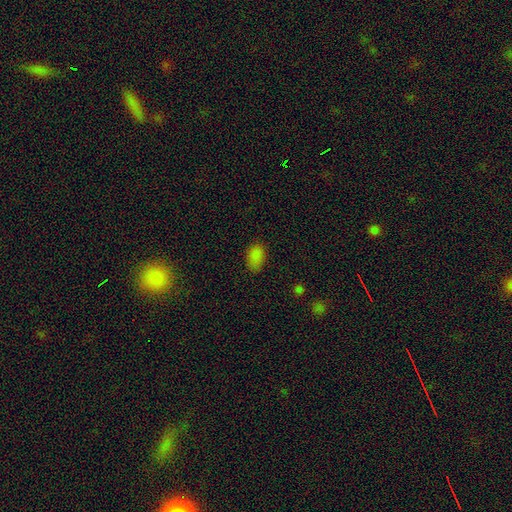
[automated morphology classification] This appears to be a smooth galaxy with no disk features (83%) that is in between round and cigar-shaped (90%). Merging: none (80%).